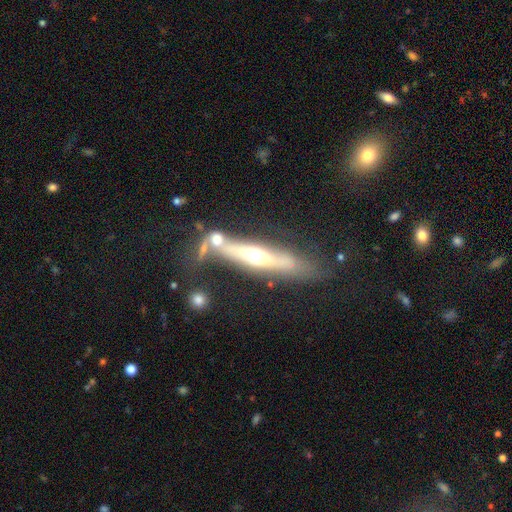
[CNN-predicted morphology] smooth-or-featured: featured or disk: 65% | smooth: 28% | star or artifact: 7%
  disk-edge-on: yes: 81% | no: 19%
    edge-on-bulge: rounded: 85% | none: 8% | boxy: 6%
  merging: none: 54% | merger: 19% | minor disturbance: 18% | major disturbance: 9%